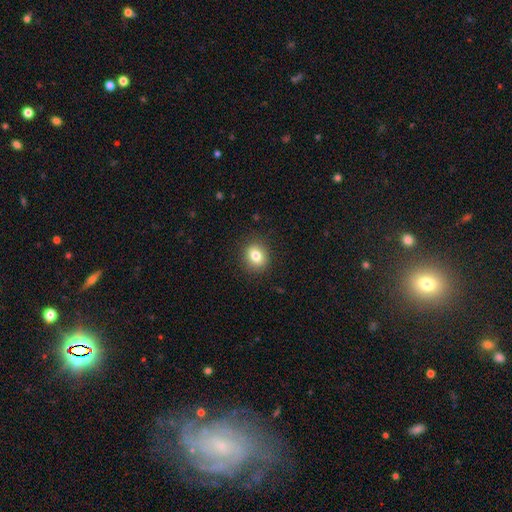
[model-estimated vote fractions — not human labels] Smooth or featured: smooth — 81% (star or artifact — 10%)
How rounded: round — 64% (in between — 35%)
Merging: none — 89% (minor disturbance — 8%)